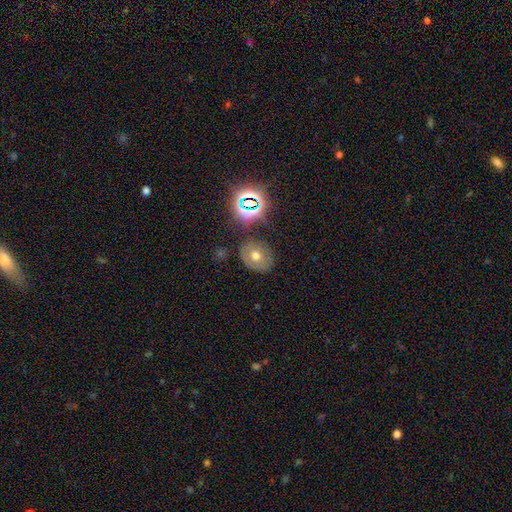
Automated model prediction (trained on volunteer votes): Morphology: type=smooth (56%); roundness=round (60%); merging=none (74%).